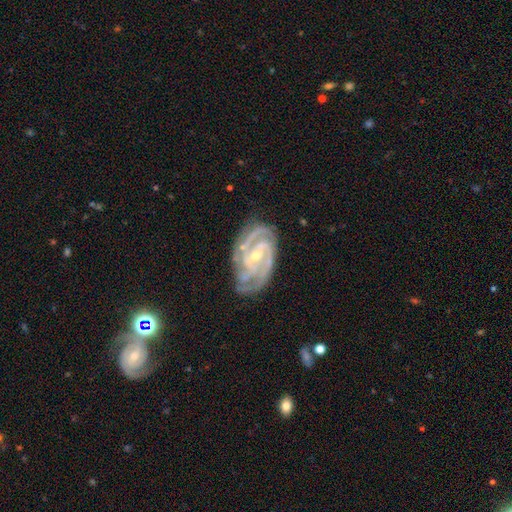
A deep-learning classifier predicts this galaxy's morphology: This appears to be a featured or disk galaxy (91%) with a weak bar (40%), 3 (36%) tight (65%) spiral arms (98%) and a small central bulge (69%). Merging: none (73%).